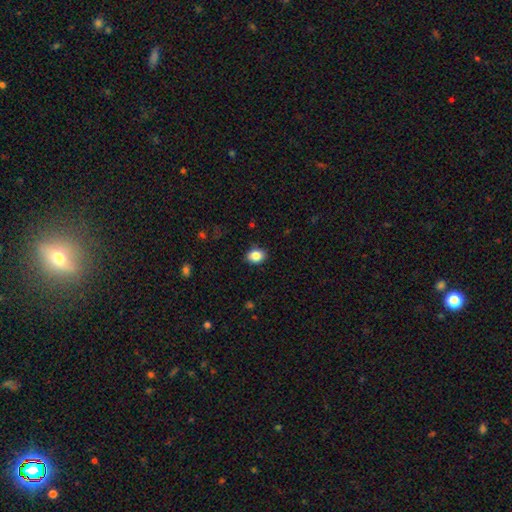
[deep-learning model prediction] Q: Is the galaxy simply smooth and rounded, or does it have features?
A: smooth — 86%.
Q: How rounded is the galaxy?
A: in between — 61%.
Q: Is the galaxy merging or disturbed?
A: none — 88%.